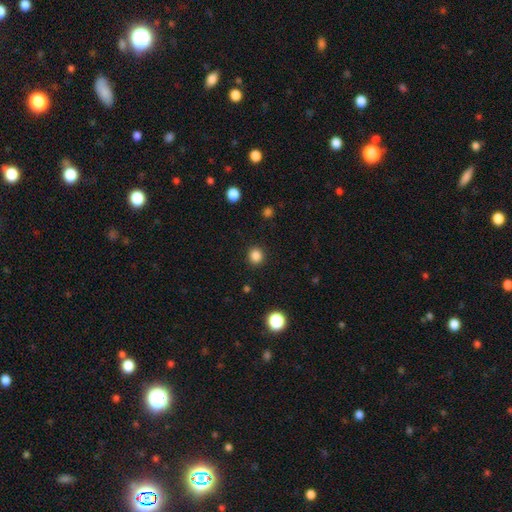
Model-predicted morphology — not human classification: type=smooth (84%); roundness=round (89%); merging=none (91%).